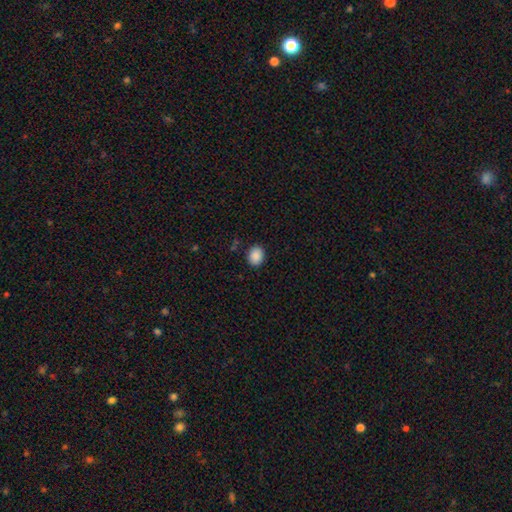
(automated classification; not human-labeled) smooth-or-featured: smooth: 89% | star or artifact: 8% | featured or disk: 3%
  how-rounded: in between: 52% | round: 47% | cigar-shaped: 1%
  merging: none: 88% | minor disturbance: 8% | major disturbance: 2% | merger: 1%